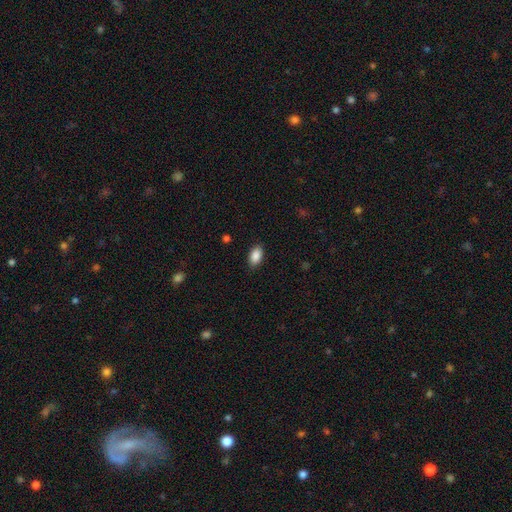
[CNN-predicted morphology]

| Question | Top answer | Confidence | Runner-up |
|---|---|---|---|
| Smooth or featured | smooth | 89% | star or artifact (7%) |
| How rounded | in between | 93% | round (5%) |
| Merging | none | 88% | minor disturbance (9%) |